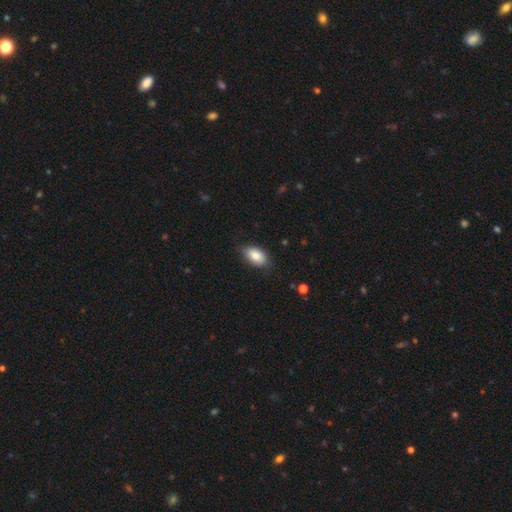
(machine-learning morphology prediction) smooth 85%, featured or disk 9%, star or artifact 7%. Down the decision tree: how rounded — in between (92%); merging — none (77%).